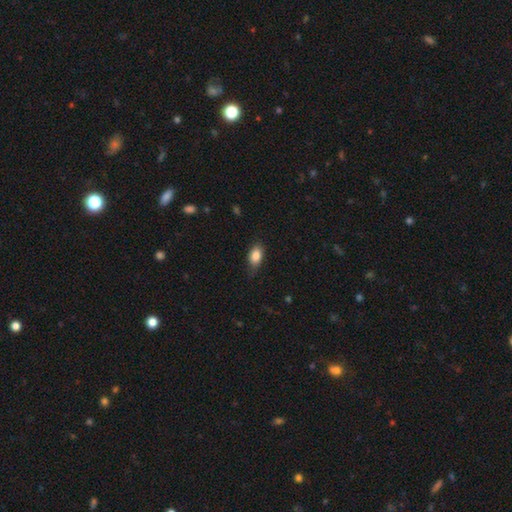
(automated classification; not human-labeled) Smooth or featured? Predicted: smooth (p=0.85). How rounded? Predicted: in between (p=0.87). Merging? Predicted: none (p=0.73).